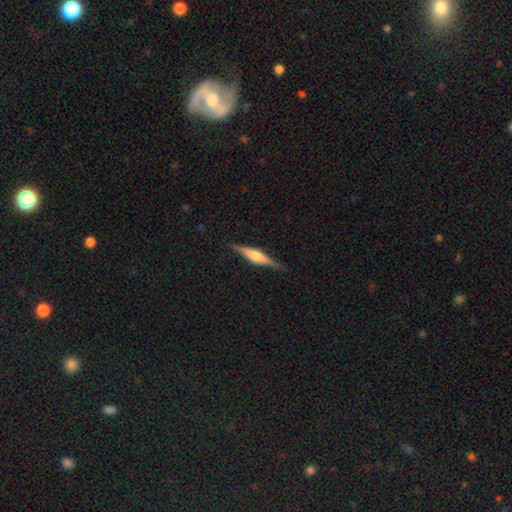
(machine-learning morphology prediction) Smooth or featured? Predicted: featured or disk (p=0.70). Edge-on disk? Predicted: yes (p=0.98). Edge-on bulge? Predicted: rounded (p=0.80). Merging? Predicted: none (p=0.88).